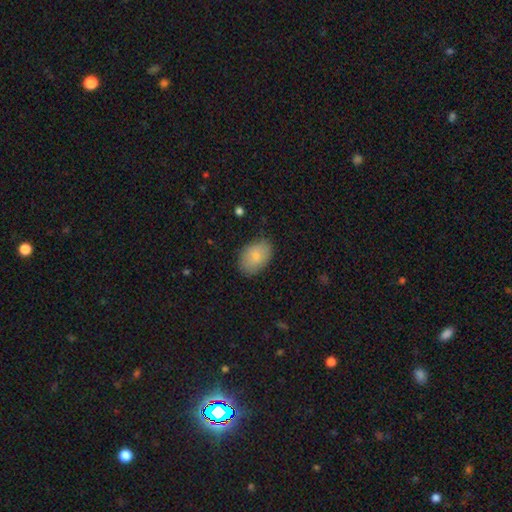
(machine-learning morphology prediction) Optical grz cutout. It shows a smooth galaxy with no disk features (79%) that is in between round and cigar-shaped (85%). Merging: none (81%).